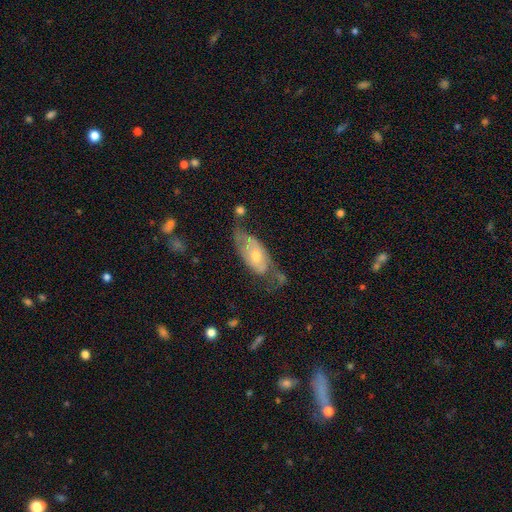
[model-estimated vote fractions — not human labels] Smooth or featured?
  - featured or disk: 63% *
  - smooth: 30%
  - star or artifact: 6%
Edge-on disk?
  - no: 88% *
  - yes: 12%
Bar?
  - no: 71% *
  - weak: 24%
  - strong: 5%
Spiral arms?
  - yes: 74% *
  - no: 26%
Bulge size?
  - moderate: 55% *
  - small: 38%
  - large: 4%
  - none: 2%
  - dominant: 1%
Merging?
  - none: 44% *
  - minor disturbance: 29%
  - major disturbance: 23%
  - merger: 5%